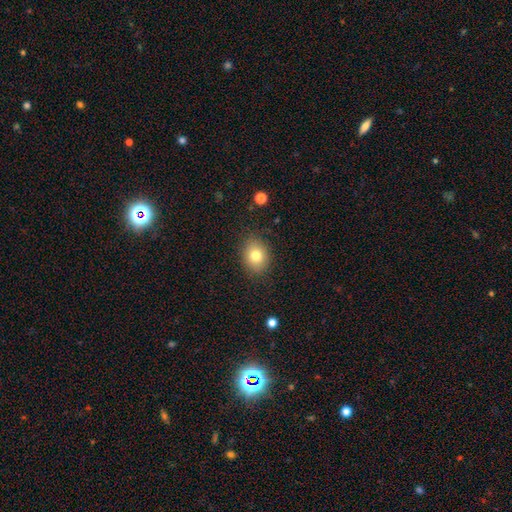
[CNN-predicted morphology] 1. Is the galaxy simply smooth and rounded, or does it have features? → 79% smooth, 11% featured or disk, 10% star or artifact.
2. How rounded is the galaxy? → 50% round, 49% in between, 1% cigar-shaped.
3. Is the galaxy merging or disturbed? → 85% none, 11% minor disturbance, 3% major disturbance, 1% merger.